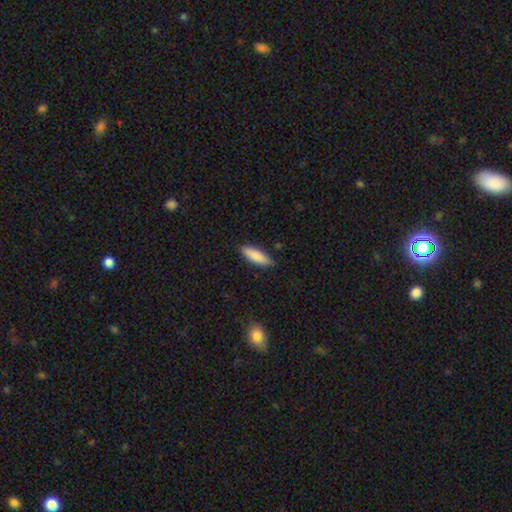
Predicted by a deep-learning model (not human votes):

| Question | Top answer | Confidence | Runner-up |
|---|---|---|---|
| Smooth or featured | smooth | 84% | featured or disk (10%) |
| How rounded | cigar-shaped | 52% | in between (46%) |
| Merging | none | 84% | minor disturbance (12%) |